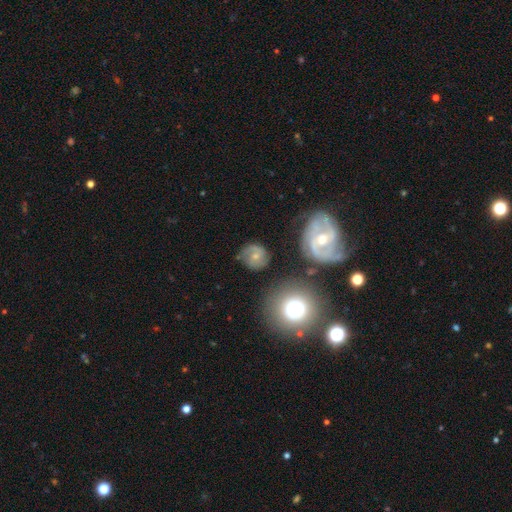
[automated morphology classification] smooth_or_featured: featured or disk (p=0.62) [alt: smooth p=0.29]
disk_edge_on: no (p=0.97) [alt: yes p=0.03]
bar: no (p=0.65) [alt: weak p=0.29]
has_spiral_arms: yes (p=0.89) [alt: no p=0.11]
spiral_winding: medium (p=0.43) [alt: tight p=0.40]
spiral_arm_count: 2 (p=0.63) [alt: can't tell p=0.15]
bulge_size: moderate (p=0.47) [alt: small p=0.46]
merging: none (p=0.68) [alt: minor disturbance p=0.18]